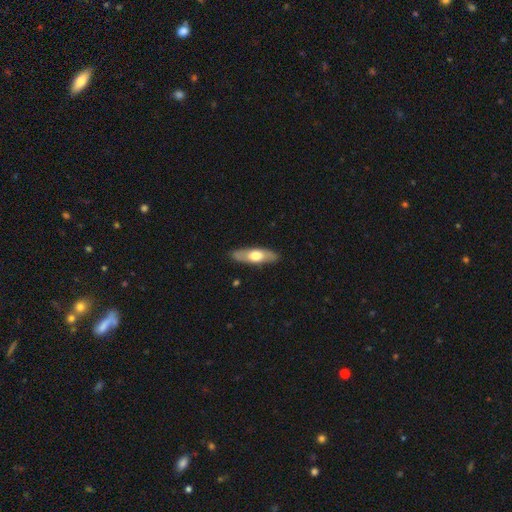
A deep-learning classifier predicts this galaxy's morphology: This is possibly a smooth galaxy (52%). How rounded: possibly in between (51%). Merging: clearly none (87%).